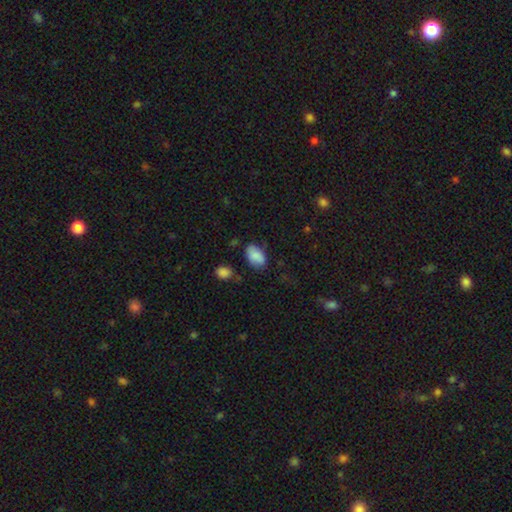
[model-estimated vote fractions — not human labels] A smooth galaxy with no disk features (86%) that is in between round and cigar-shaped (92%).

Vote fractions:
- Smooth or featured? smooth: 86% / featured or disk: 7% / star or artifact: 7%
- How rounded? in between: 92% / round: 7% / cigar-shaped: 1%
- Merging? none: 71% / minor disturbance: 21% / major disturbance: 5% / merger: 3%